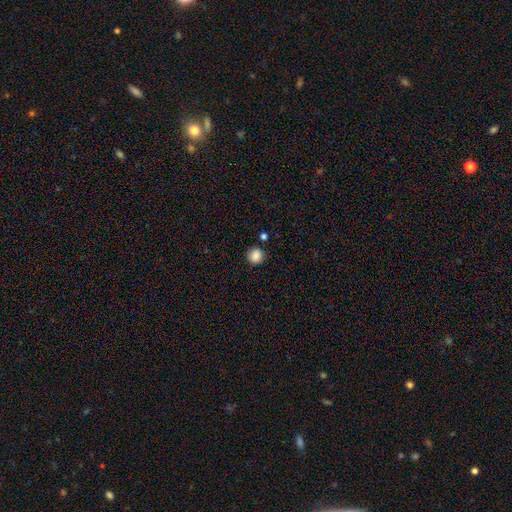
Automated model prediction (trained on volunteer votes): A smooth galaxy with no disk features (87%) that is round (93%). Merging: none (87%).